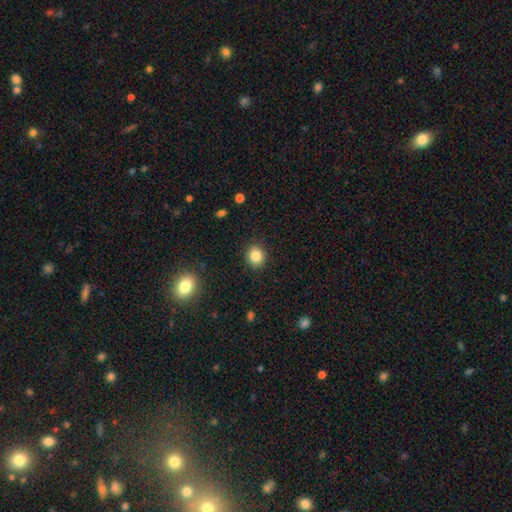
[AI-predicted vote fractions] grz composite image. It shows a smooth galaxy with no disk features (85%) that is round (76%). Merging: none (90%).